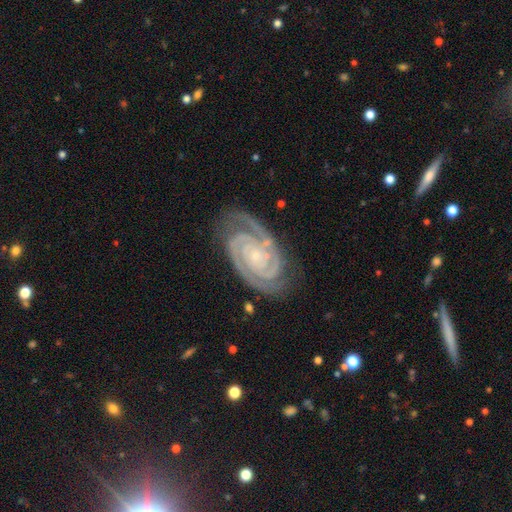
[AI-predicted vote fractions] Smooth or featured? Predicted: featured or disk (p=0.93). Edge-on disk? Predicted: no (p=0.98). Bar? Predicted: no (p=0.67). Spiral arms? Predicted: yes (p=0.99). Spiral winding? Predicted: tight (p=0.80). Spiral arm count? Predicted: 2 (p=0.85). Bulge size? Predicted: small (p=0.78). Merging? Predicted: none (p=0.81).